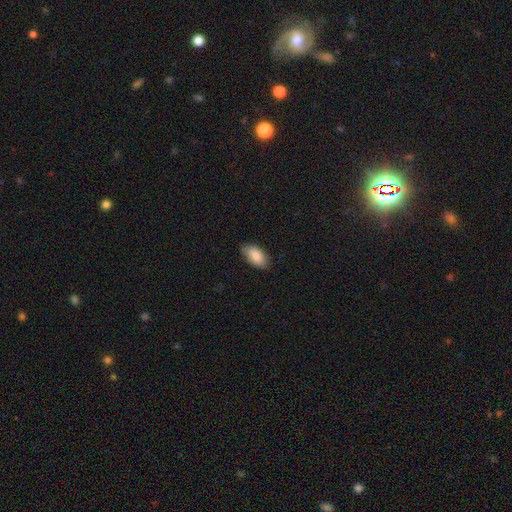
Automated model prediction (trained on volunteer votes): The model was most divided on "merging": none: 83%, minor disturbance: 14%, major disturbance: 2%, merger: 1%. More confident: how rounded — in between (94%); smooth or featured — smooth (88%).